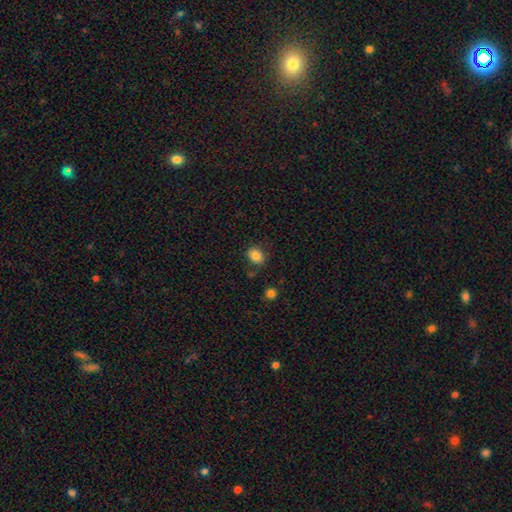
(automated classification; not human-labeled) smooth 84%, star or artifact 10%, featured or disk 6%. Down the decision tree: how rounded — in between (50%); merging — none (82%).